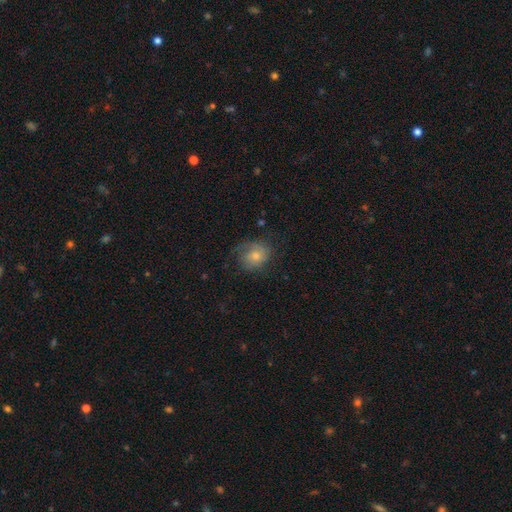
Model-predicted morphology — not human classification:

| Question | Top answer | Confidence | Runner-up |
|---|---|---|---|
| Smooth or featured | smooth | 45% | featured or disk (43%) |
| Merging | none | 62% | minor disturbance (22%) |